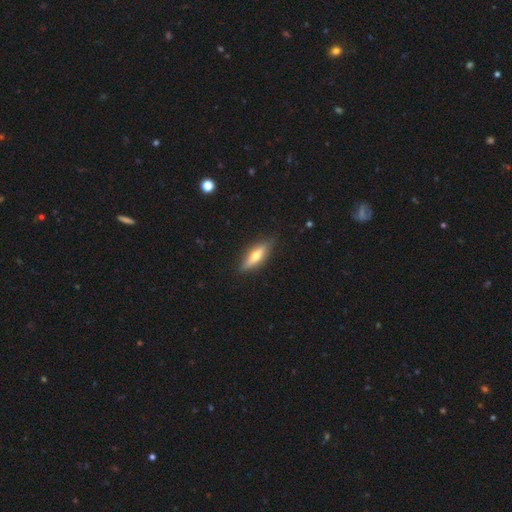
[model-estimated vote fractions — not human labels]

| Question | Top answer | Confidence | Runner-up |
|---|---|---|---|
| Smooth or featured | smooth | 48% | featured or disk (46%) |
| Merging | none | 86% | minor disturbance (11%) |